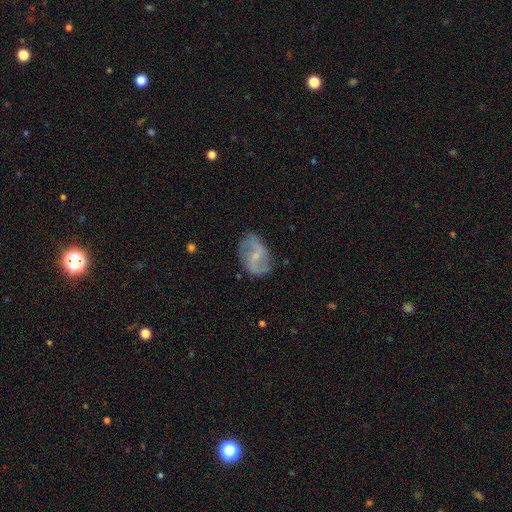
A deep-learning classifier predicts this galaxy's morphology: Q: Smooth or featured?
A: featured or disk (72%); runner-up: smooth (21%)
Q: Edge-on disk?
A: no (96%); runner-up: yes (4%)
Q: Bar?
A: weak (47%); runner-up: strong (26%)
Q: Spiral arms?
A: yes (82%); runner-up: no (18%)
Q: Spiral winding?
A: loose (50%); runner-up: medium (36%)
Q: Spiral arm count?
A: 2 (84%); runner-up: can't tell (10%)
Q: Bulge size?
A: small (64%); runner-up: moderate (27%)
Q: Merging?
A: none (72%); runner-up: minor disturbance (19%)